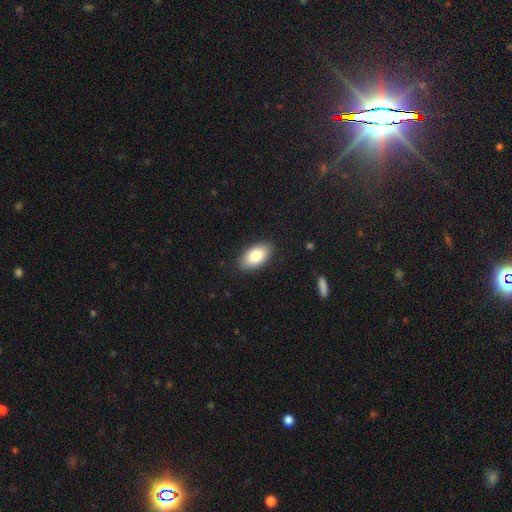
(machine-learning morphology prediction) smooth 85%, featured or disk 9%, star or artifact 6%. Down the decision tree: how rounded — in between (95%); merging — none (87%).